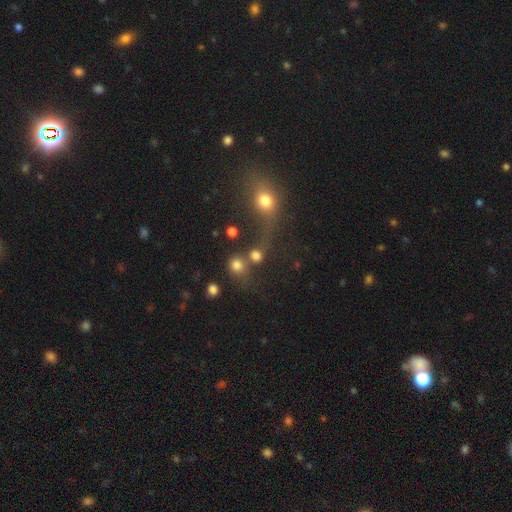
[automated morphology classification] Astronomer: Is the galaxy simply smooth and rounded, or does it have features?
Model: smooth — 73%.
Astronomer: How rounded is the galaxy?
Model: round — 85%.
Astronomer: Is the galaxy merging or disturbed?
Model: none — 44% (runner-up: merger, 38%).